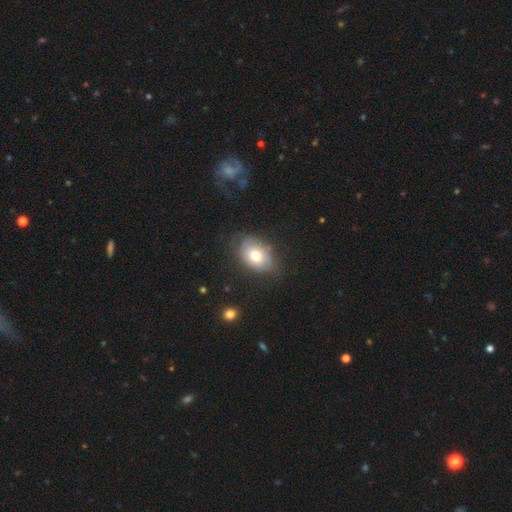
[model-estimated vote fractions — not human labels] smooth_or_featured: smooth (p=0.64) [alt: featured or disk p=0.28]
how_rounded: in between (p=0.78) [alt: round p=0.21]
merging: none (p=0.66) [alt: minor disturbance p=0.24]